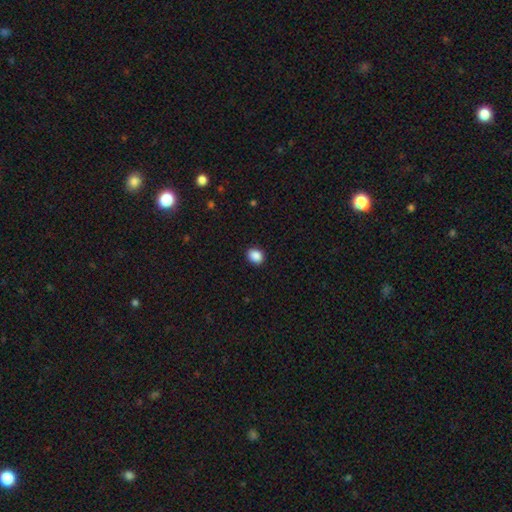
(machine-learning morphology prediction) type=smooth (89%); roundness=round (52%); merging=none (90%).